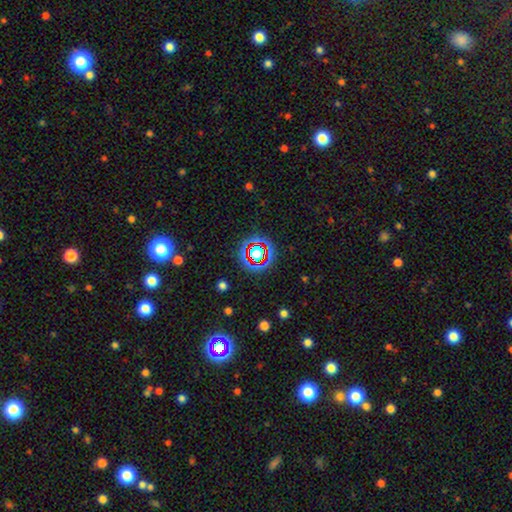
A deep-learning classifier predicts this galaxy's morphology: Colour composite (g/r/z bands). It shows a star or artifact, not a galaxy (65%).